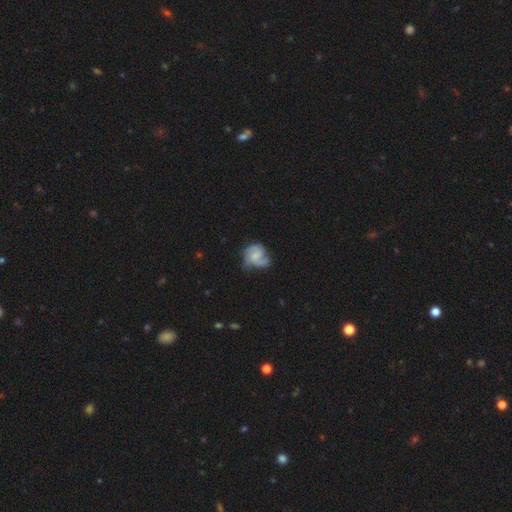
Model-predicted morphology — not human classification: A featured or disk galaxy (70%) with no bar (52%), 2 (45%) medium (48%) spiral arms (91%) and a small central bulge (37%). Merging: none (50%).